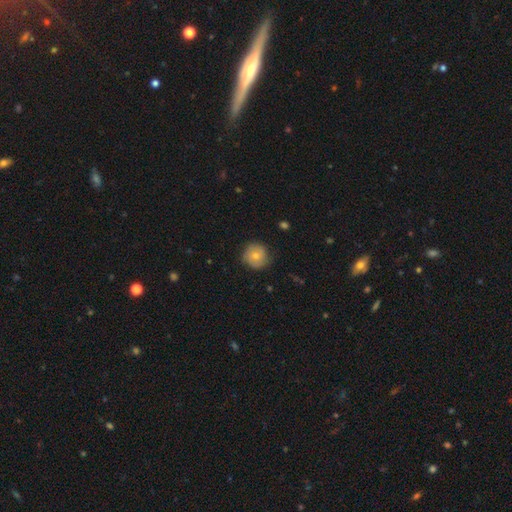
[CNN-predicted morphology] Smooth or featured: smooth — 71% (featured or disk — 21%)
How rounded: round — 92% (in between — 7%)
Merging: none — 80% (minor disturbance — 15%)